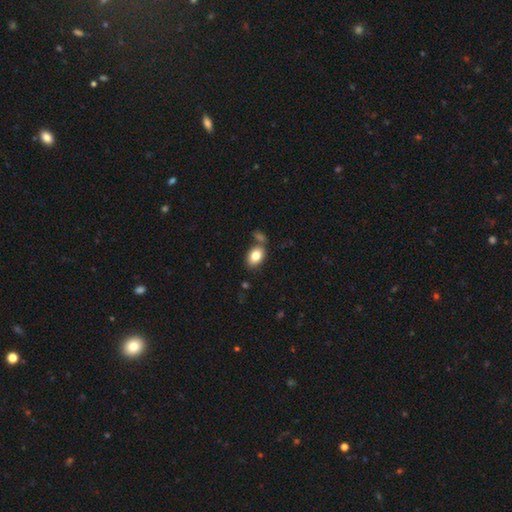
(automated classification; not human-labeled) This appears to be a smooth galaxy with no disk features (81%) that is in between round and cigar-shaped (81%). Merging: none (68%).